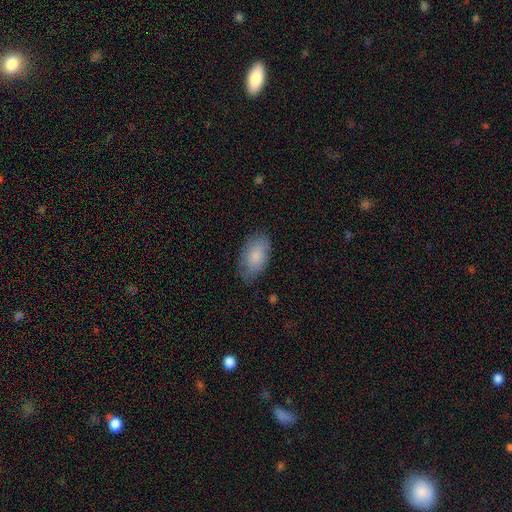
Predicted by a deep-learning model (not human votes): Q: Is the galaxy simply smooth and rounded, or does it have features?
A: smooth — 82%.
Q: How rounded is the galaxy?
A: in between — 93%.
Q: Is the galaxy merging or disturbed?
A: none — 76%.